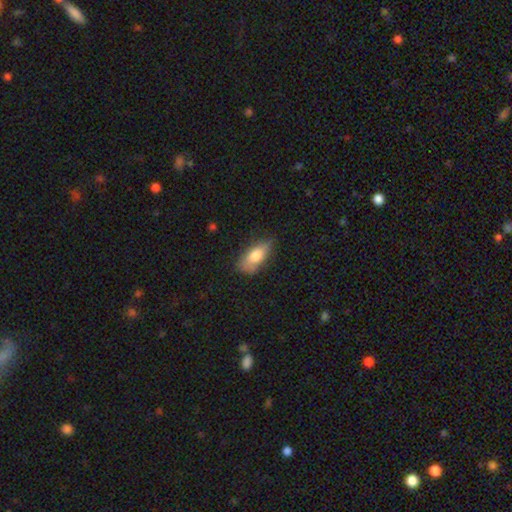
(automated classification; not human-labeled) Smooth or featured? Predicted: smooth (p=0.76). How rounded? Predicted: in between (p=0.83). Merging? Predicted: none (p=0.65).